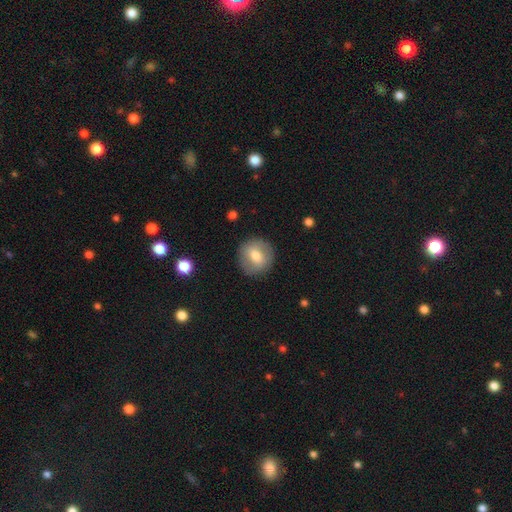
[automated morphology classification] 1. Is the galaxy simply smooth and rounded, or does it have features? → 65% smooth, 27% featured or disk, 8% star or artifact.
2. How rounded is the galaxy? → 89% round, 10% in between, 1% cigar-shaped.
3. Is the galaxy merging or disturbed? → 87% none, 9% minor disturbance, 3% major disturbance, 1% merger.